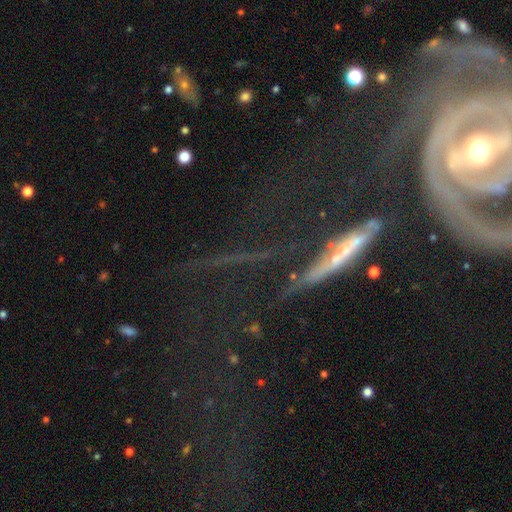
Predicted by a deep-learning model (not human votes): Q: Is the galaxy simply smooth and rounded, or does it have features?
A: featured or disk — 51%.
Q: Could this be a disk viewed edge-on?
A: yes — 54%.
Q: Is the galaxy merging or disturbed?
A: none — 51%.